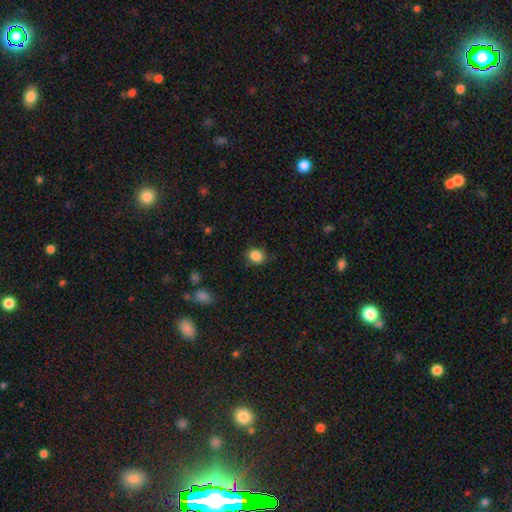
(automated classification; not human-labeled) Smooth or featured?
  - smooth: 86% *
  - star or artifact: 10%
  - featured or disk: 4%
How rounded?
  - round: 58% *
  - in between: 41%
  - cigar-shaped: 1%
Merging?
  - none: 85% *
  - minor disturbance: 11%
  - major disturbance: 3%
  - merger: 1%